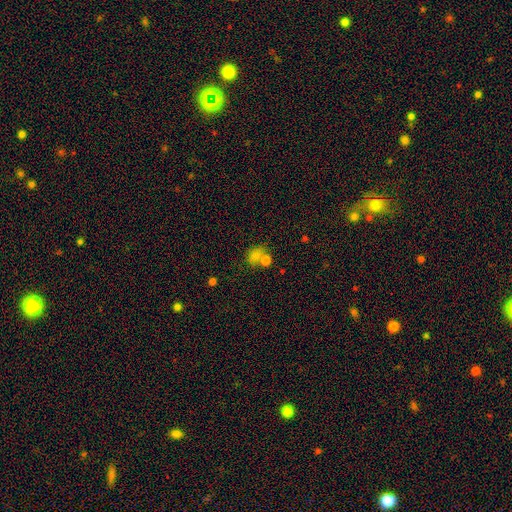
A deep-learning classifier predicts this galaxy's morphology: Smooth or featured? smooth (75%)
How rounded? round (57%)
Merging? none (41%)